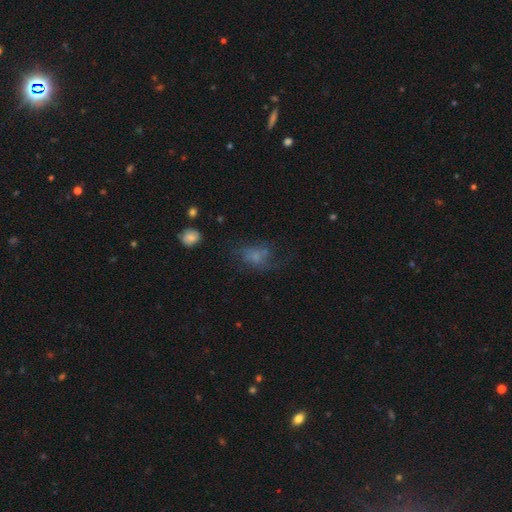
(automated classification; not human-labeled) smooth_or_featured: smooth (p=0.47) [alt: featured or disk p=0.36]
merging: none (p=0.43) [alt: major disturbance p=0.31]